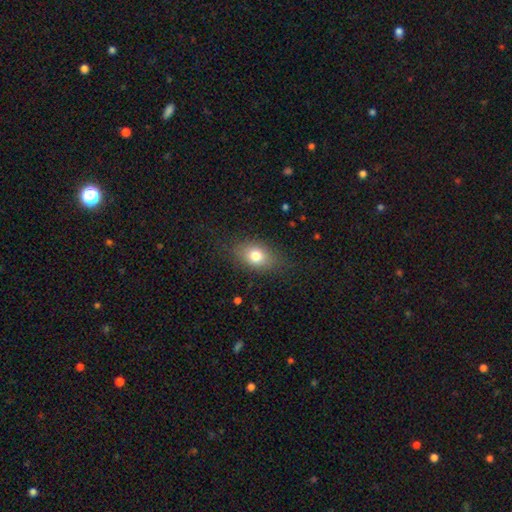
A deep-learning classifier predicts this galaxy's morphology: This is likely a smooth galaxy (78%). How rounded: likely in between (75%). Merging: clearly none (81%).